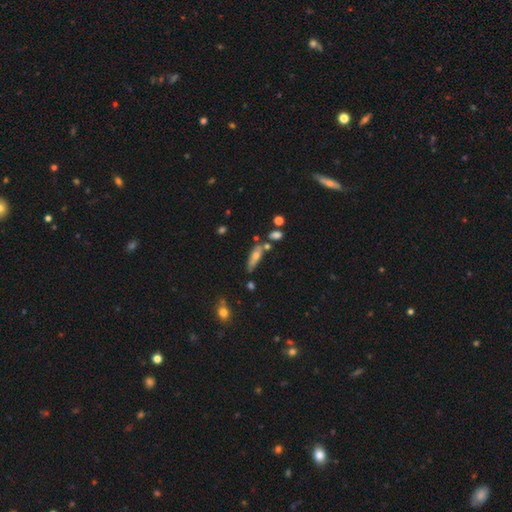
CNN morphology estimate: Smooth or featured? smooth (55%)
How rounded? cigar-shaped (52%)
Merging? none (60%)